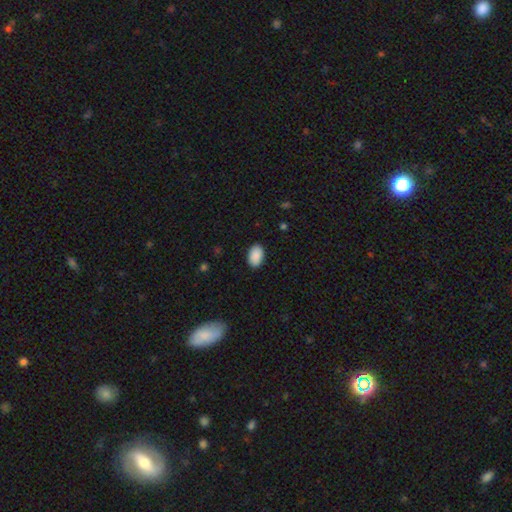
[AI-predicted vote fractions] A smooth galaxy with no disk features (91%) that is in between round and cigar-shaped (93%). Merging: none (89%).